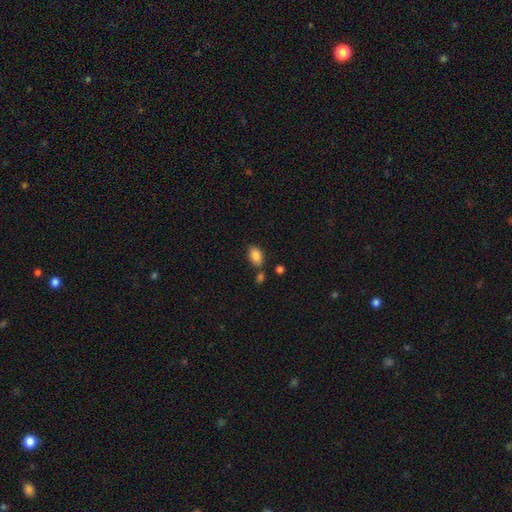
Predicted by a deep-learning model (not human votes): smooth-or-featured: smooth: 87% | star or artifact: 8% | featured or disk: 5%
  how-rounded: in between: 89% | round: 9% | cigar-shaped: 1%
  merging: none: 70% | minor disturbance: 14% | merger: 12% | major disturbance: 4%